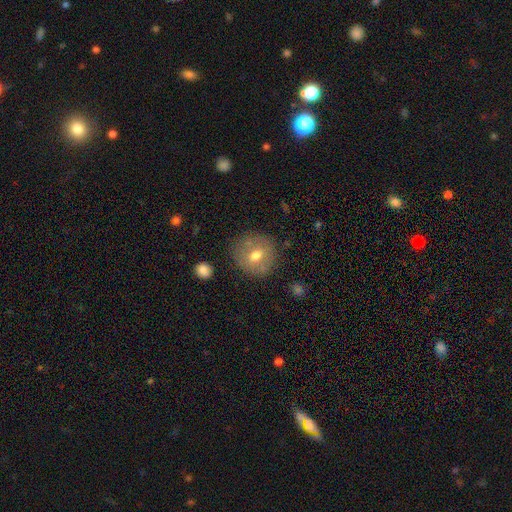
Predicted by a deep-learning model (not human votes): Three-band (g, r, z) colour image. It shows a smooth galaxy with no disk features (65%) that is round (88%). Merging: none (79%).